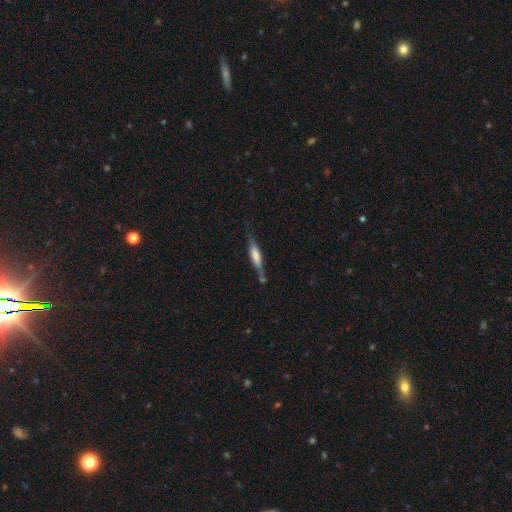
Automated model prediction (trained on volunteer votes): Smooth or featured? Predicted: smooth (p=0.60). How rounded? Predicted: cigar-shaped (p=0.80). Merging? Predicted: none (p=0.61).